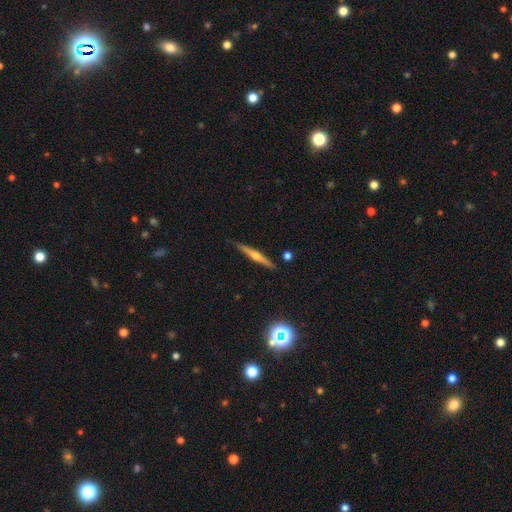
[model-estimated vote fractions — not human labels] smooth_or_featured: featured or disk (p=0.71) [alt: smooth p=0.22]
disk_edge_on: yes (p=0.98) [alt: no p=0.02]
edge_on_bulge: rounded (p=0.91) [alt: none p=0.06]
merging: none (p=0.88) [alt: minor disturbance p=0.09]